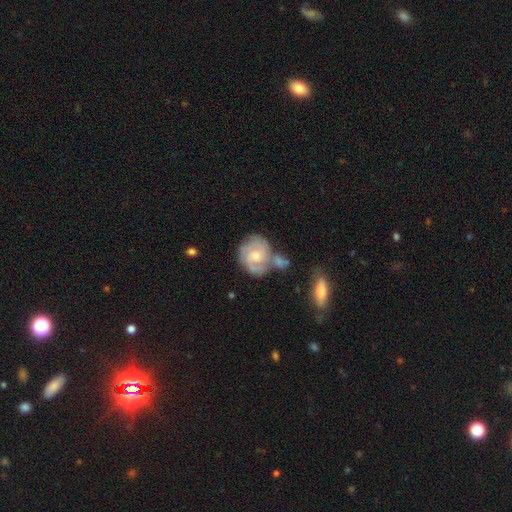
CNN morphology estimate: Smooth or featured? featured or disk (76%)
Edge-on disk? no (98%)
Bar? no (66%)
Spiral arms? yes (92%)
Spiral winding? tight (57%)
Spiral arm count? 2 (31%)
Bulge size? moderate (55%)
Merging? none (46%)